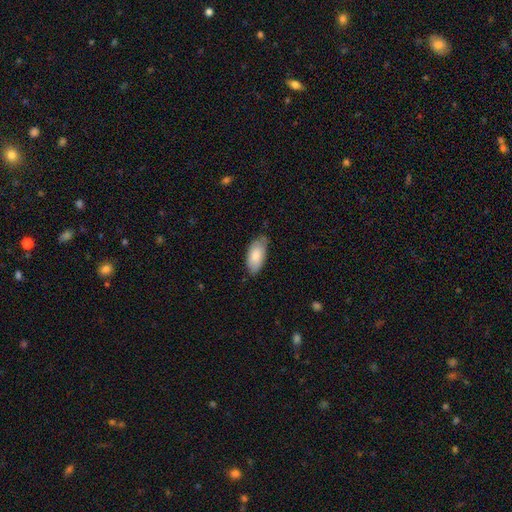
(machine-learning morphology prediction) A smooth galaxy with no disk features (82%) that is in between round and cigar-shaped (92%).

Vote fractions:
- Smooth or featured? smooth: 82% / featured or disk: 12% / star or artifact: 6%
- How rounded? in between: 92% / cigar-shaped: 6% / round: 2%
- Merging? none: 66% / minor disturbance: 29% / major disturbance: 4% / merger: 1%